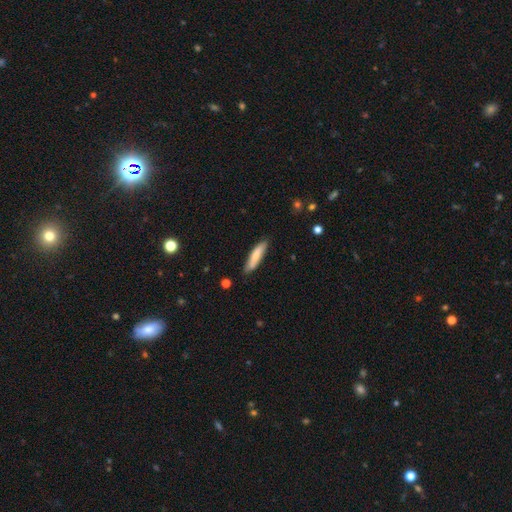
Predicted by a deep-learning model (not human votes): A smooth galaxy with no disk features (76%) that is cigar-shaped (80%). Merging: none (85%).